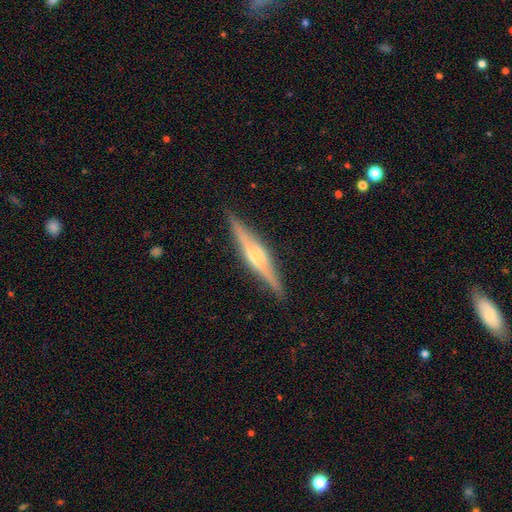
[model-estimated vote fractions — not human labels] Smooth or featured?
  - featured or disk: 78% *
  - smooth: 16%
  - star or artifact: 6%
Edge-on disk?
  - yes: 97% *
  - no: 3%
Edge-on bulge?
  - rounded: 67% *
  - boxy: 20%
  - none: 14%
Merging?
  - none: 89% *
  - minor disturbance: 8%
  - major disturbance: 2%
  - merger: 1%